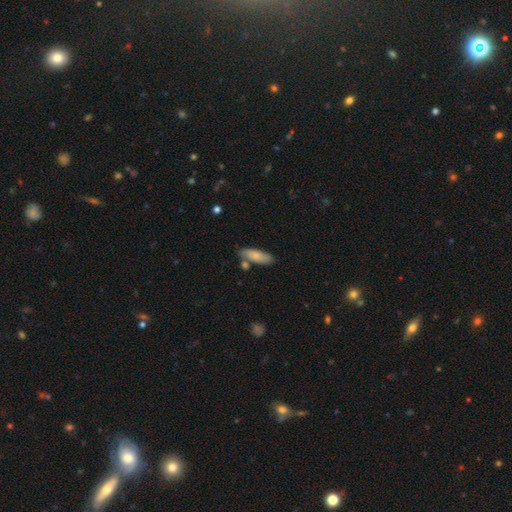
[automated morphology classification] Smooth or featured: smooth — 78% (featured or disk — 16%)
How rounded: in between — 59% (cigar-shaped — 39%)
Merging: none — 68% (minor disturbance — 17%)